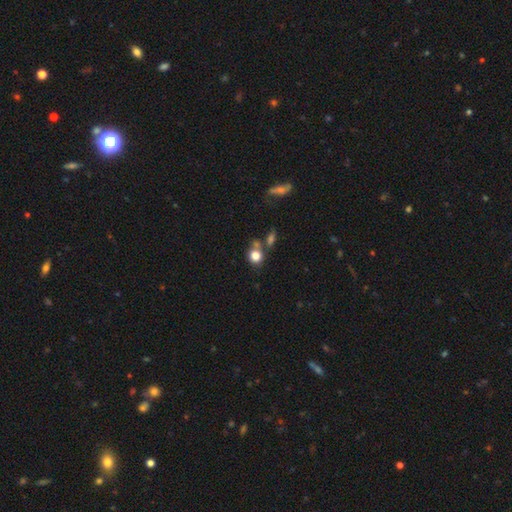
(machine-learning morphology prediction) Smooth or featured? smooth (80%)
How rounded? round (77%)
Merging? none (54%)